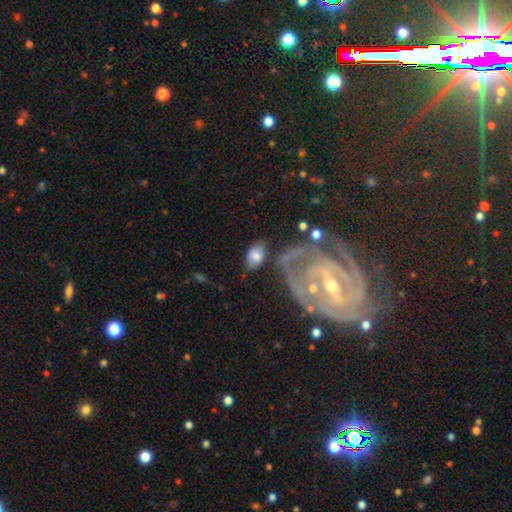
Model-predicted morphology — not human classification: Smooth or featured?
  - smooth: 68% *
  - featured or disk: 25%
  - star or artifact: 7%
How rounded?
  - in between: 88% *
  - round: 10%
  - cigar-shaped: 2%
Merging?
  - none: 59% *
  - minor disturbance: 20%
  - major disturbance: 10%
  - merger: 10%